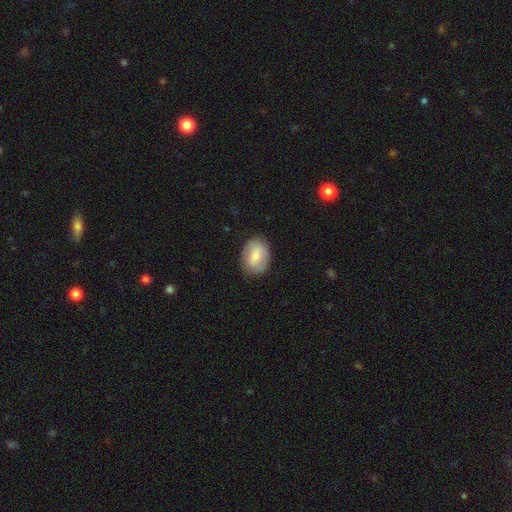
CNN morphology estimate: This is likely a smooth galaxy (69%). How rounded: likely in between (67%). Merging: clearly none (82%).